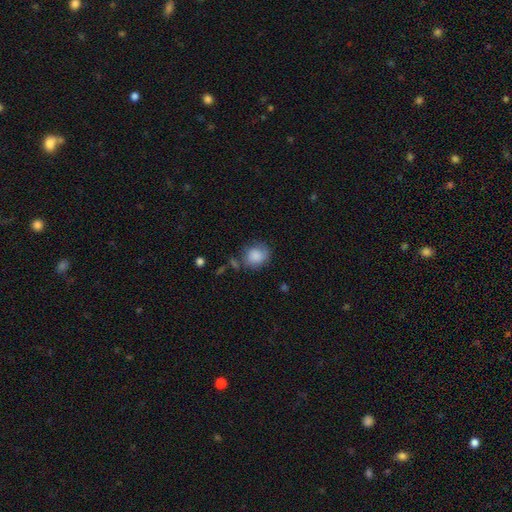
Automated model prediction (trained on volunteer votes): This is clearly a smooth galaxy (85%). How rounded: likely round (67%). Merging: likely none (63%).